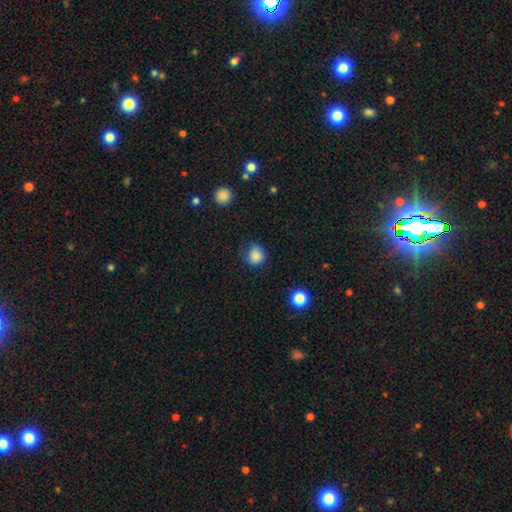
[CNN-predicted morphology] Overall: smooth (85%). How rounded: round (84%). Merging: none (70%).